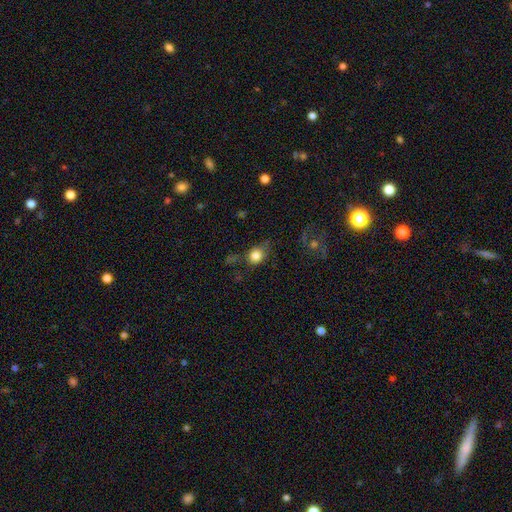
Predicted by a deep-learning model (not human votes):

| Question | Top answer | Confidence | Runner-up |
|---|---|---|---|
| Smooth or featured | smooth | 80% | star or artifact (11%) |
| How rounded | round | 69% | in between (29%) |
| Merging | none | 57% | minor disturbance (26%) |